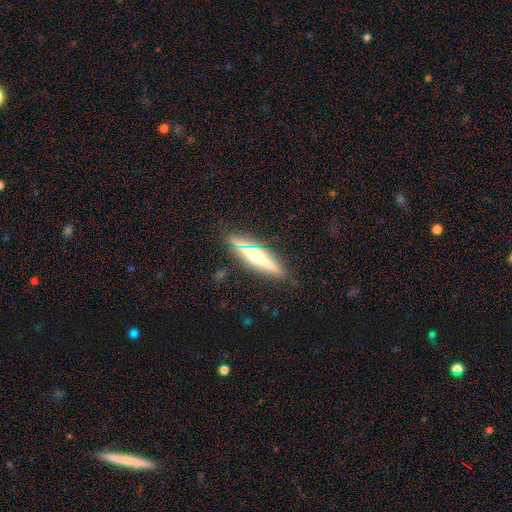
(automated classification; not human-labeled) A featured or disk galaxy (62%) viewed edge-on (93%) with a rounded central bulge (79%). Merging: none (83%).